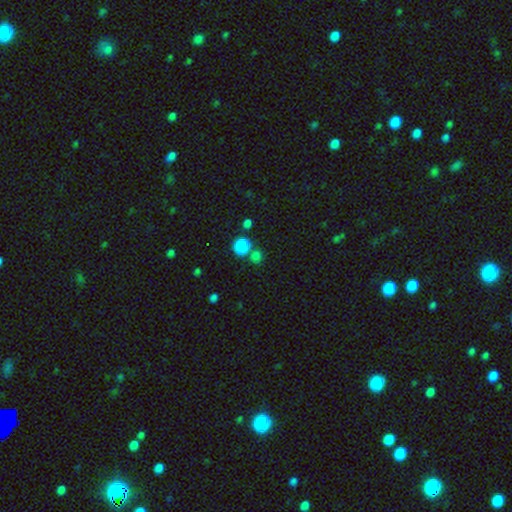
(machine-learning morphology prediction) Smooth or featured? smooth (74%)
How rounded? round (73%)
Merging? none (64%)